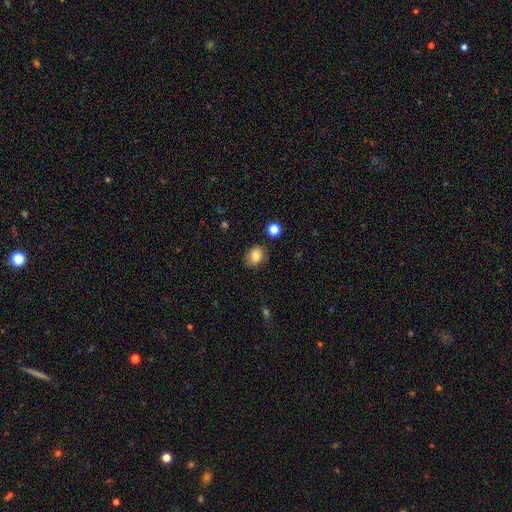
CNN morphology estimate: This is clearly a smooth galaxy (80%). How rounded: possibly in between (50%). Merging: clearly none (84%).